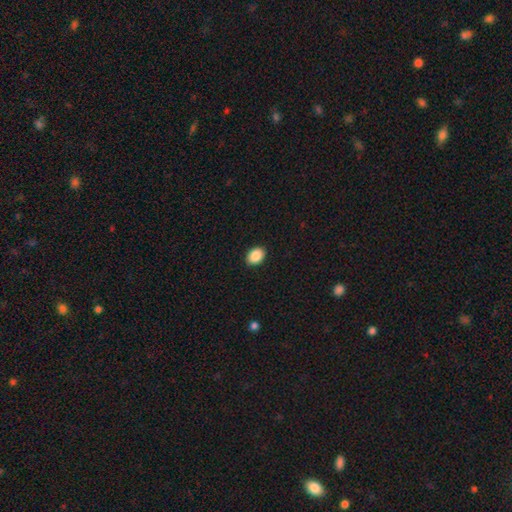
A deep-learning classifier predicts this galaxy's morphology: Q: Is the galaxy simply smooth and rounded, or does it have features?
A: smooth — 89%.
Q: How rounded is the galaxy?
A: in between — 75%.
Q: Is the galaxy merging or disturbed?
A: none — 91%.